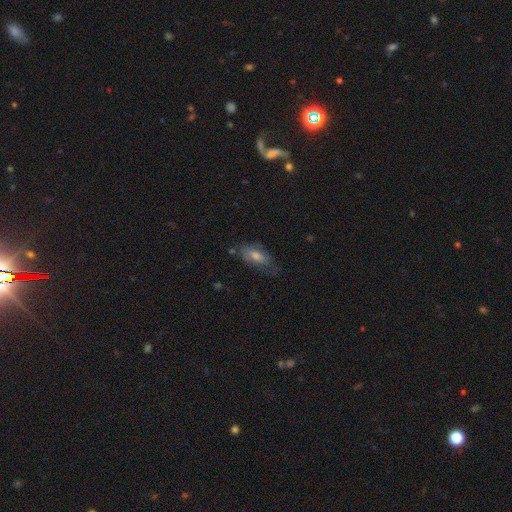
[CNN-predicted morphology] A smooth galaxy with no disk features (52%) that is in between round and cigar-shaped (83%).

Vote fractions:
- Smooth or featured? smooth: 52% / featured or disk: 37% / star or artifact: 11%
- How rounded? in between: 83% / cigar-shaped: 13% / round: 5%
- Merging? none: 60% / minor disturbance: 27% / major disturbance: 10% / merger: 3%